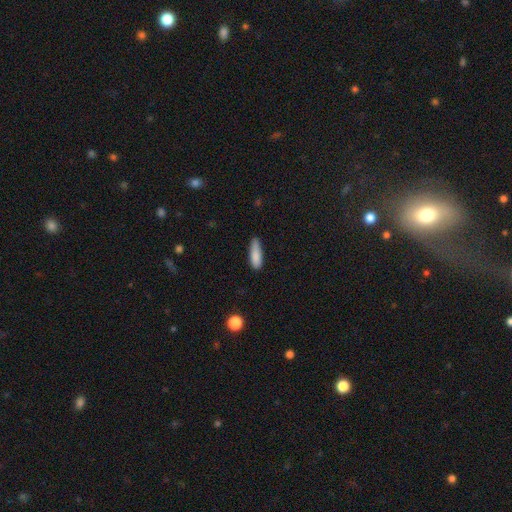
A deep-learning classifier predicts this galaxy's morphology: A smooth galaxy with no disk features (86%) that is cigar-shaped (55%). Merging: none (69%).